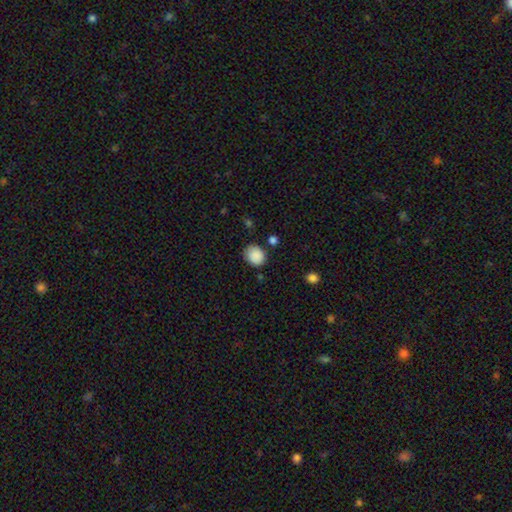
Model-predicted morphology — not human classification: Smooth or featured: smooth — 88% (star or artifact — 8%)
How rounded: round — 69% (in between — 30%)
Merging: none — 75% (minor disturbance — 17%)